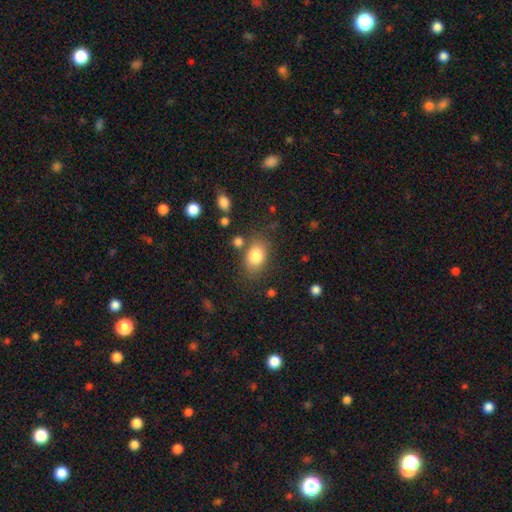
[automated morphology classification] smooth_or_featured: smooth (p=0.82) [alt: featured or disk p=0.09]
how_rounded: in between (p=0.79) [alt: round p=0.19]
merging: none (p=0.73) [alt: minor disturbance p=0.15]